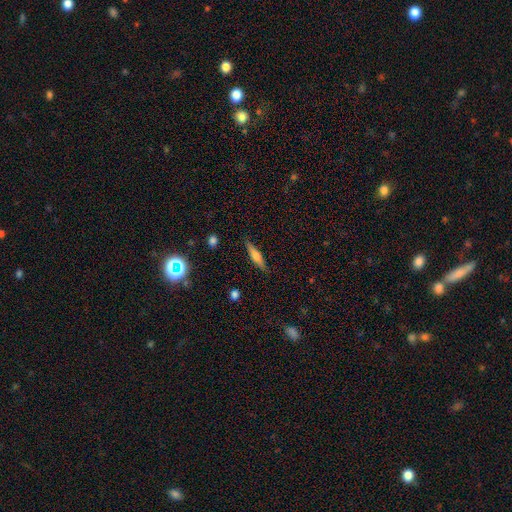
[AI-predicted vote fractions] smooth-or-featured: smooth: 51% | featured or disk: 42% | star or artifact: 8%
  how-rounded: cigar-shaped: 82% | in between: 16% | round: 2%
  merging: none: 88% | minor disturbance: 9% | major disturbance: 2% | merger: 1%